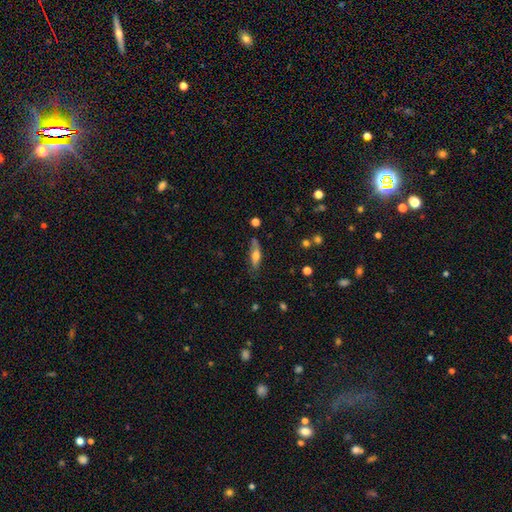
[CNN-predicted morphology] This is possibly a smooth galaxy (57%). How rounded: possibly cigar-shaped (53%). Merging: likely none (71%).